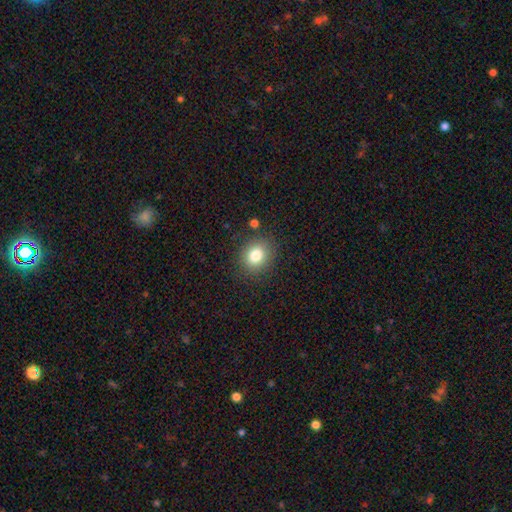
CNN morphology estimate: The model was most divided on "how rounded": round: 66%, in between: 33%, cigar-shaped: 1%. More confident: merging — none (85%); smooth or featured — smooth (81%).